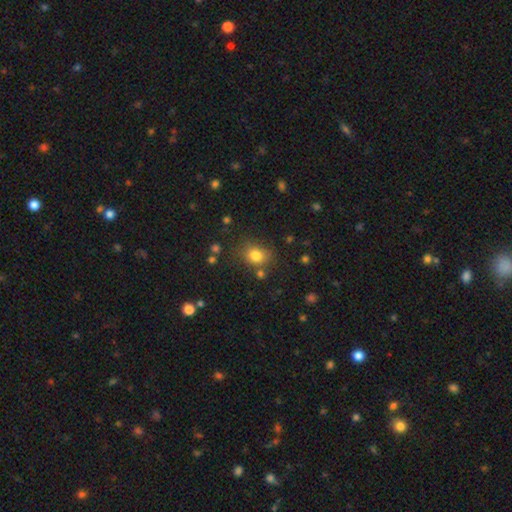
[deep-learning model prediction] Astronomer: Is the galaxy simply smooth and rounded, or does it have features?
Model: smooth — 80%.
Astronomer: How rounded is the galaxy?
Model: round — 58% (runner-up: in between, 41%).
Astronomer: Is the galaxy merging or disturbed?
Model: none — 74%.